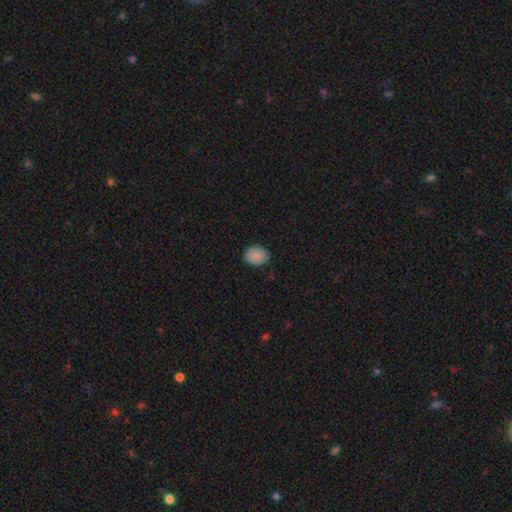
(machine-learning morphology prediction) smooth 89%, star or artifact 8%, featured or disk 3%. Down the decision tree: how rounded — round (63%); merging — none (87%).